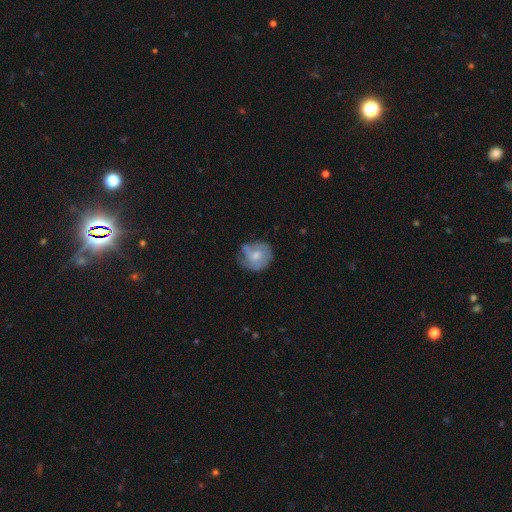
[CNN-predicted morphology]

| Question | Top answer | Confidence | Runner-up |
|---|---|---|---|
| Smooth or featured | smooth | 51% | featured or disk (41%) |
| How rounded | round | 79% | in between (20%) |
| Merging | none | 57% | minor disturbance (28%) |